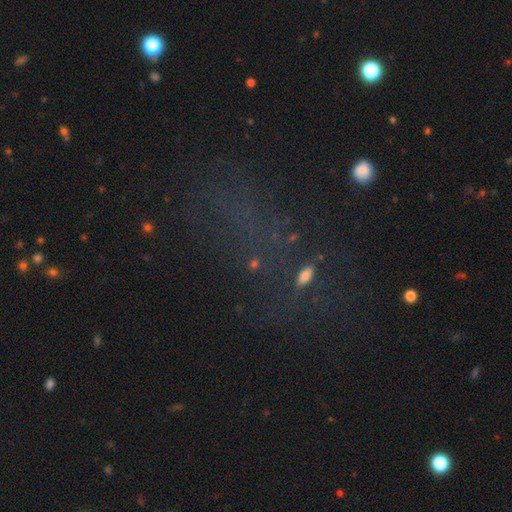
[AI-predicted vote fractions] smooth_or_featured: star or artifact (p=0.52) [alt: smooth p=0.28]